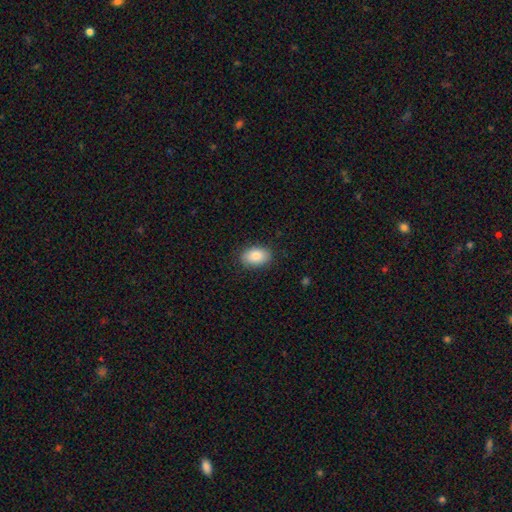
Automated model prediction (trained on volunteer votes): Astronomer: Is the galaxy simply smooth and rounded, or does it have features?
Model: smooth — 86%.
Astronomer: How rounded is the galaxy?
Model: in between — 87%.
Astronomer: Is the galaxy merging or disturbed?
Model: none — 86%.